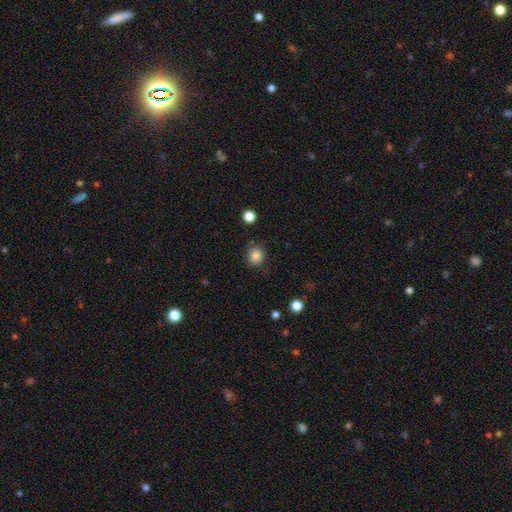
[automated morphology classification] The model was most divided on "merging": none: 83%, minor disturbance: 12%, major disturbance: 3%, merger: 3%. More confident: how rounded — round (87%); smooth or featured — smooth (86%).